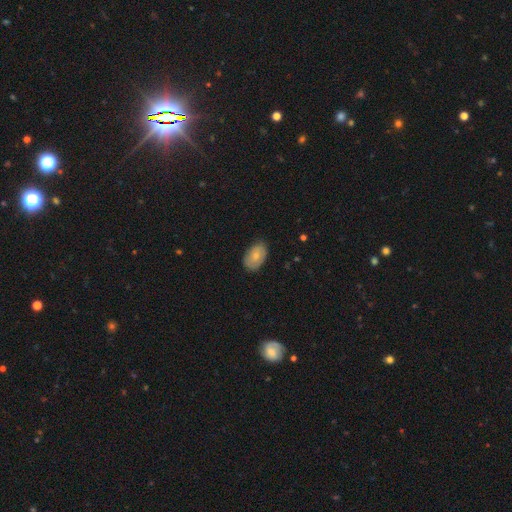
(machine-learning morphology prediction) Smooth or featured: smooth — 72% (featured or disk — 21%)
How rounded: in between — 90% (round — 9%)
Merging: none — 77% (minor disturbance — 19%)